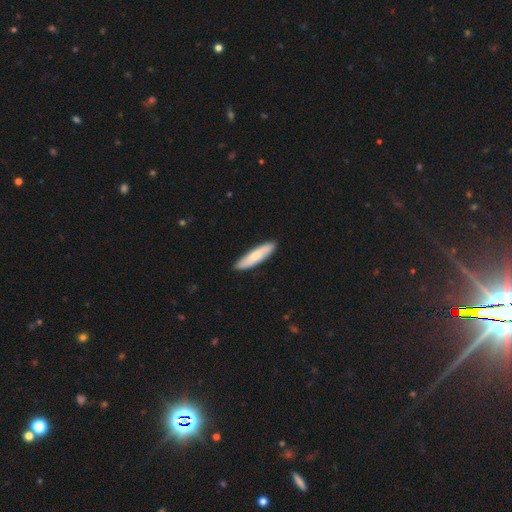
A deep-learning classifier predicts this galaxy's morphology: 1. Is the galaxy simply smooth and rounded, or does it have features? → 75% smooth, 20% featured or disk, 5% star or artifact.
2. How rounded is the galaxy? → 79% cigar-shaped, 20% in between, 1% round.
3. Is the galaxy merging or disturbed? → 90% none, 8% minor disturbance, 1% major disturbance, 1% merger.